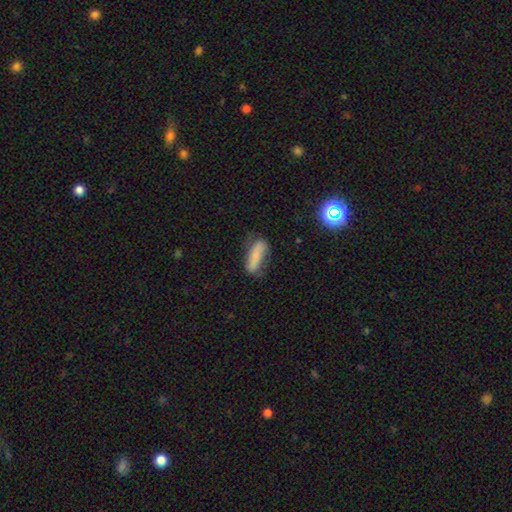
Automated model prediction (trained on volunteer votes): Smooth or featured? smooth (70%)
How rounded? cigar-shaped (51%)
Merging? none (58%)